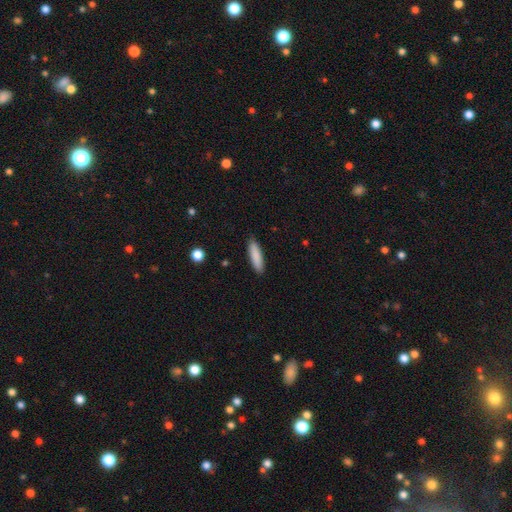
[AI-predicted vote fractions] smooth_or_featured: smooth (p=0.87) [alt: featured or disk p=0.07]
how_rounded: cigar-shaped (p=0.72) [alt: in between p=0.27]
merging: none (p=0.89) [alt: minor disturbance p=0.08]